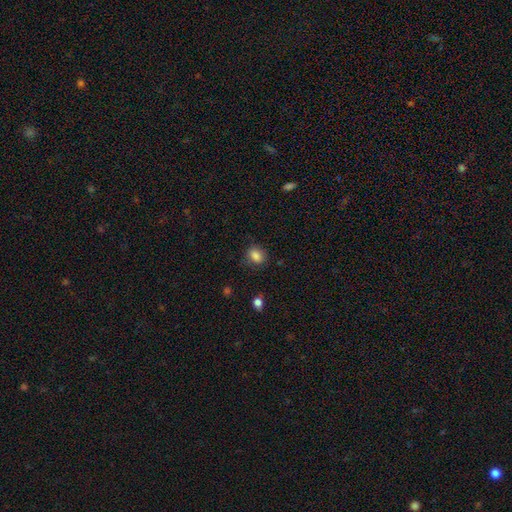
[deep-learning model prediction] smooth 85%, star or artifact 10%, featured or disk 6%. Down the decision tree: how rounded — in between (60%); merging — none (78%).